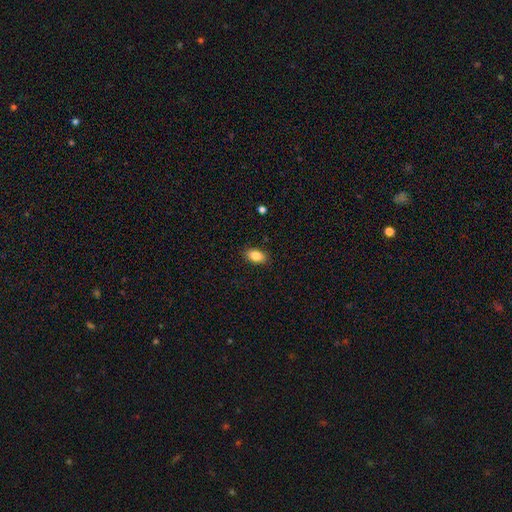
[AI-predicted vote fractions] Smooth or featured: smooth — 85% (star or artifact — 8%)
How rounded: in between — 91% (round — 6%)
Merging: none — 88% (minor disturbance — 9%)